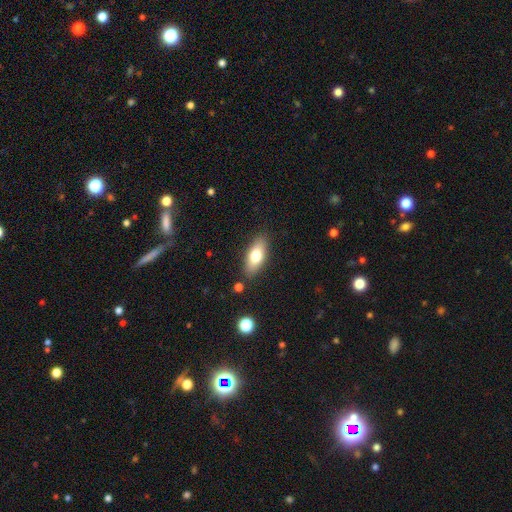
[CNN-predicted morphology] A smooth galaxy with no disk features (72%) that is in between round and cigar-shaped (80%).

Vote fractions:
- Smooth or featured? smooth: 72% / featured or disk: 21% / star or artifact: 7%
- How rounded? in between: 80% / cigar-shaped: 16% / round: 4%
- Merging? none: 85% / minor disturbance: 10% / major disturbance: 2% / merger: 2%